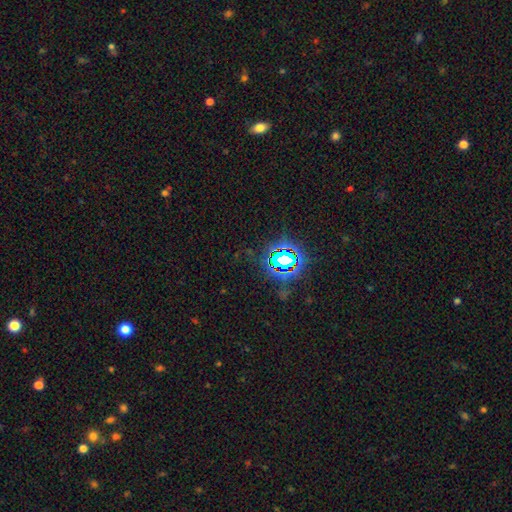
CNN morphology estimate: Smooth or featured?
  - star or artifact: 80% *
  - smooth: 12%
  - featured or disk: 8%